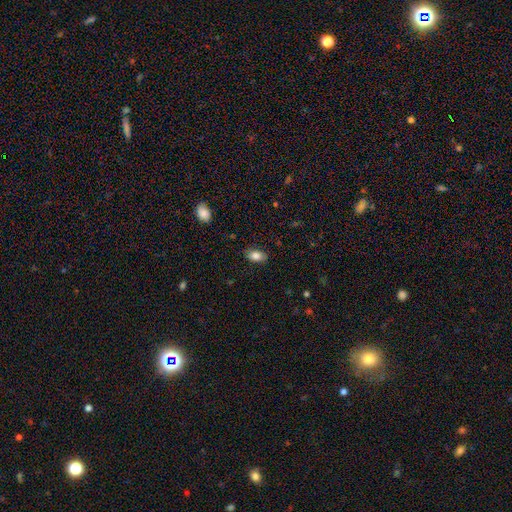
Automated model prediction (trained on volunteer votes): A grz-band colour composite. It shows a smooth galaxy with no disk features (83%) that is in between round and cigar-shaped (91%). Merging: none (83%).